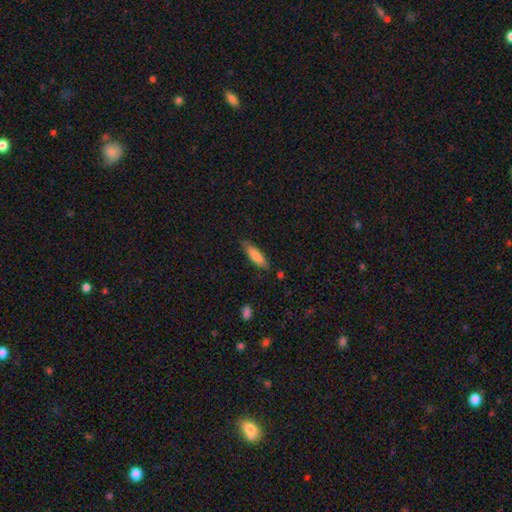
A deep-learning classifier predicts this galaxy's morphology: Smooth or featured: smooth — 79% (featured or disk — 15%)
How rounded: cigar-shaped — 65% (in between — 34%)
Merging: none — 80% (minor disturbance — 15%)